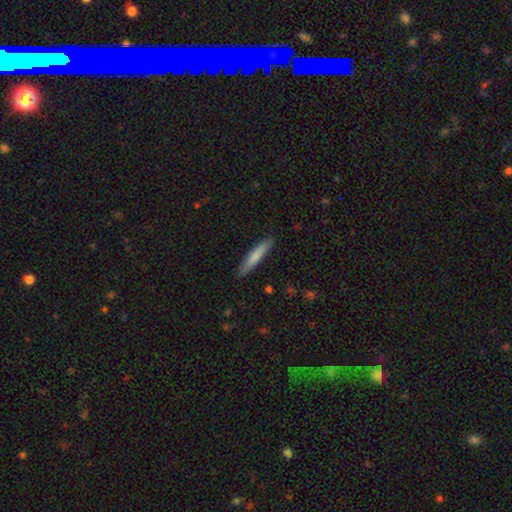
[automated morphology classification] Smooth or featured: smooth — 76% (featured or disk — 19%)
How rounded: cigar-shaped — 93% (in between — 6%)
Merging: none — 89% (minor disturbance — 8%)